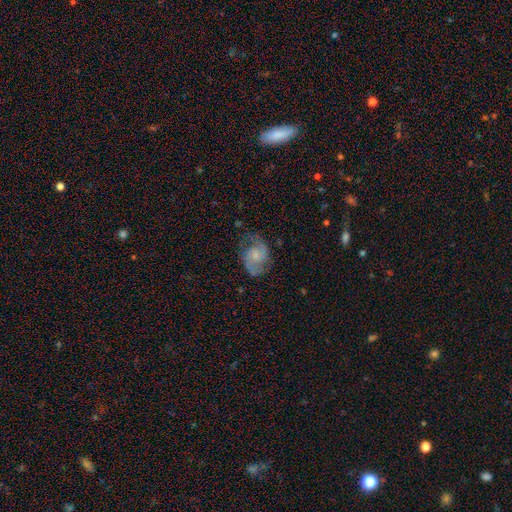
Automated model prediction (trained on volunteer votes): Q: Smooth or featured?
A: featured or disk (77%); runner-up: smooth (16%)
Q: Edge-on disk?
A: no (98%); runner-up: yes (2%)
Q: Bar?
A: no (64%); runner-up: weak (31%)
Q: Spiral arms?
A: yes (94%); runner-up: no (6%)
Q: Spiral winding?
A: medium (53%); runner-up: loose (27%)
Q: Spiral arm count?
A: 2 (88%); runner-up: can't tell (5%)
Q: Bulge size?
A: small (52%); runner-up: moderate (25%)
Q: Merging?
A: none (67%); runner-up: minor disturbance (20%)